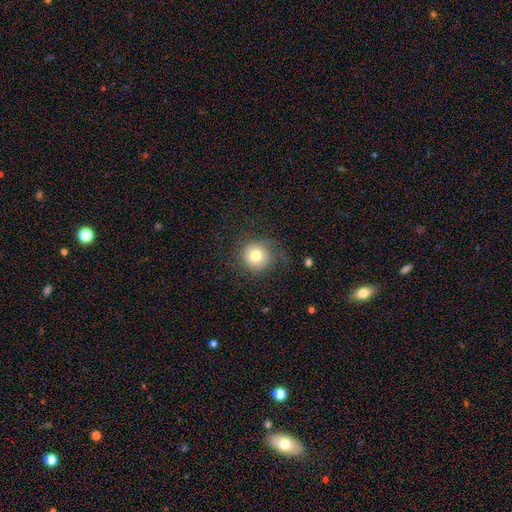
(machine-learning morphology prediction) Overall: smooth (72%). How rounded: round (92%). Merging: none (66%).